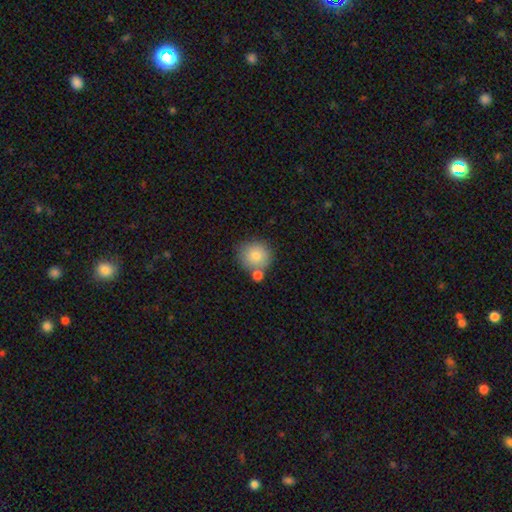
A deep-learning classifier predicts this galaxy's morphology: This is clearly a smooth galaxy (81%). How rounded: clearly round (91%). Merging: likely none (67%).